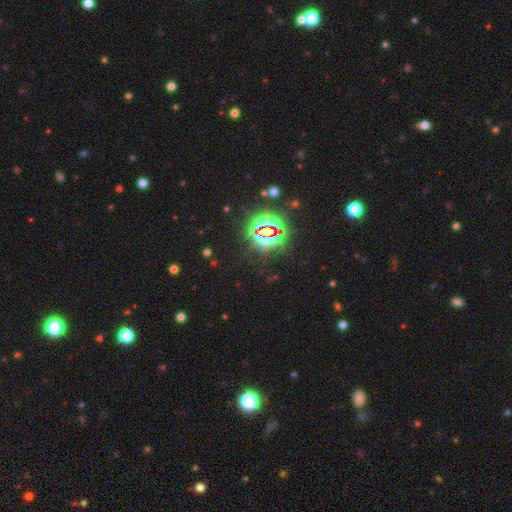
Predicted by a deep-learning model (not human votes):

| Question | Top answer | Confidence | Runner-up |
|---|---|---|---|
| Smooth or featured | star or artifact | 81% | smooth (12%) |